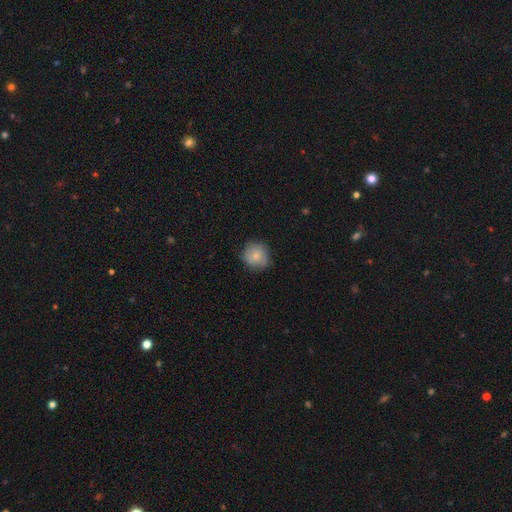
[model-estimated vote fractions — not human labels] This is likely a smooth galaxy (79%). How rounded: clearly round (92%). Merging: clearly none (82%).